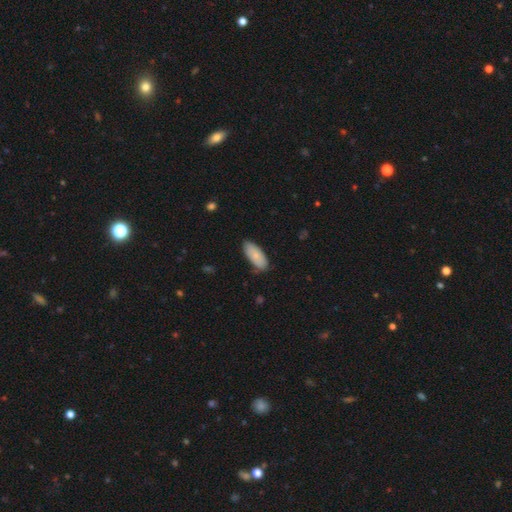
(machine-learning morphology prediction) Smooth or featured? Predicted: smooth (p=0.80). How rounded? Predicted: in between (p=0.86). Merging? Predicted: none (p=0.79).